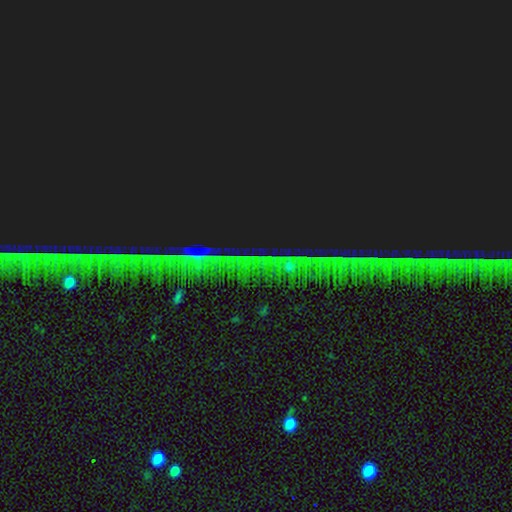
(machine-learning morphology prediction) star or artifact 86%, featured or disk 8%, smooth 6%.